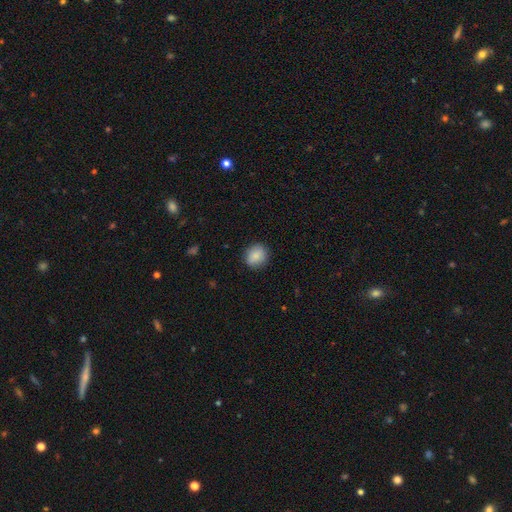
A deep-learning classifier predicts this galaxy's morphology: Smooth or featured?
  - smooth: 87% *
  - star or artifact: 8%
  - featured or disk: 5%
How rounded?
  - round: 77% *
  - in between: 22%
  - cigar-shaped: 1%
Merging?
  - none: 88% *
  - minor disturbance: 9%
  - major disturbance: 2%
  - merger: 1%